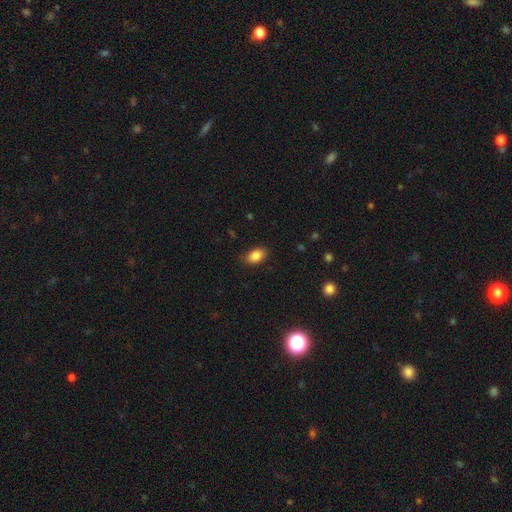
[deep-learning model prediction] Morphology: type=smooth (86%); roundness=in between (87%); merging=none (83%).